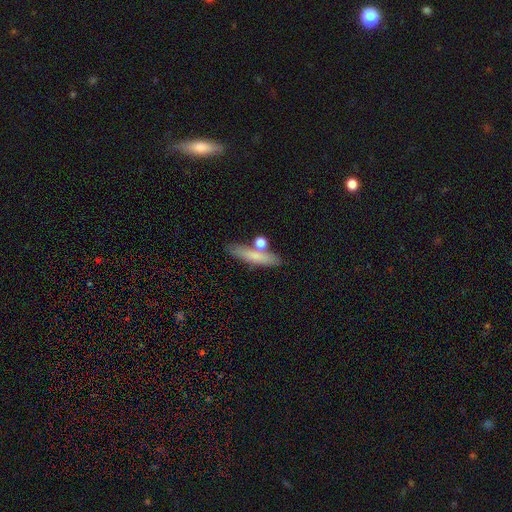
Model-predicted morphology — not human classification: Overall: smooth (71%). How rounded: cigar-shaped (76%). Merging: none (71%).